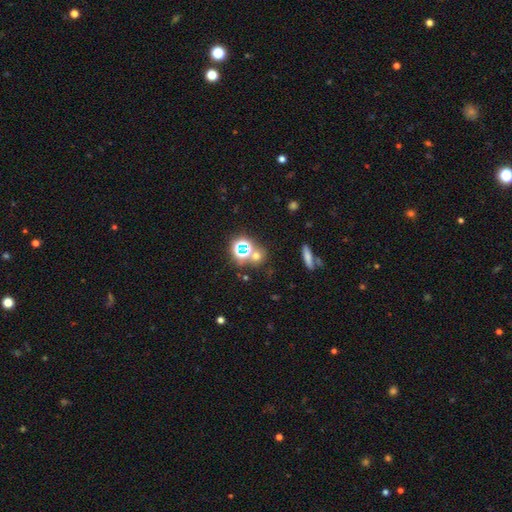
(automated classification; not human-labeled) Smooth or featured? Predicted: smooth (p=0.46). Merging? Predicted: none (p=0.68).